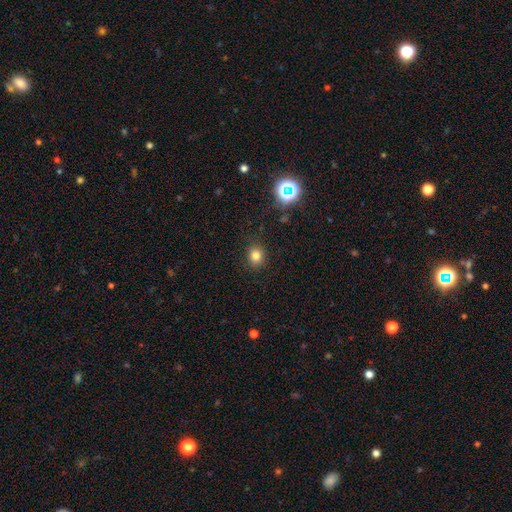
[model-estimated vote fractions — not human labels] The model was most divided on "how rounded": round: 75%, in between: 24%, cigar-shaped: 1%. More confident: merging — none (88%); smooth or featured — smooth (78%).